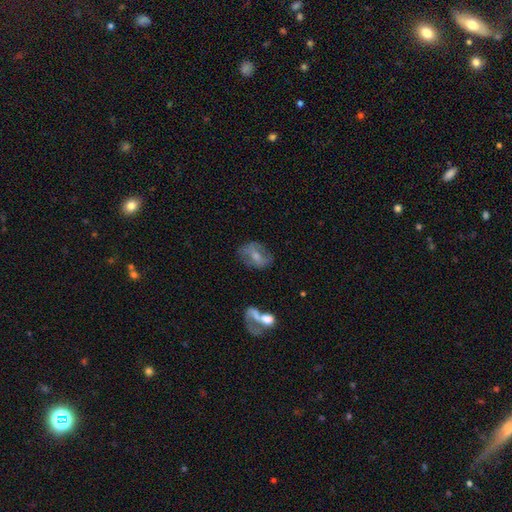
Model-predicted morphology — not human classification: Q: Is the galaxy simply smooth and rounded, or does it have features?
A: smooth — 49%.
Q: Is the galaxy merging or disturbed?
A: none — 63%.